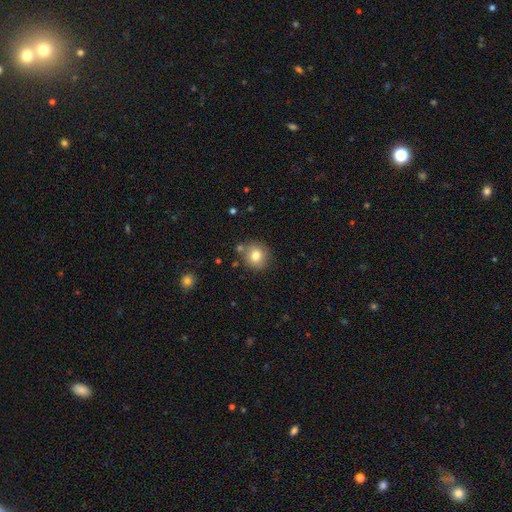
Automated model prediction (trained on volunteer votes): Smooth or featured: smooth — 78% (featured or disk — 11%)
How rounded: round — 88% (in between — 11%)
Merging: none — 79% (minor disturbance — 11%)